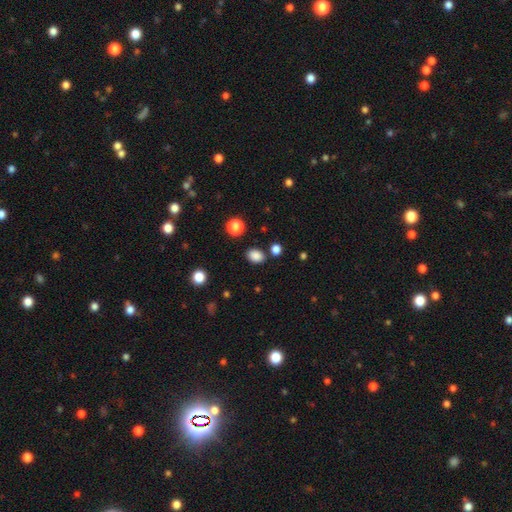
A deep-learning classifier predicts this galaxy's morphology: type=smooth (85%); roundness=in between (67%); merging=none (83%).